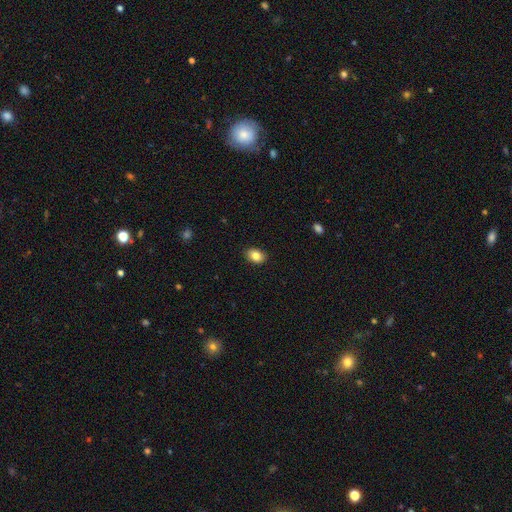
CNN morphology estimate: A smooth galaxy with no disk features (84%) that is in between round and cigar-shaped (77%). Merging: none (89%).